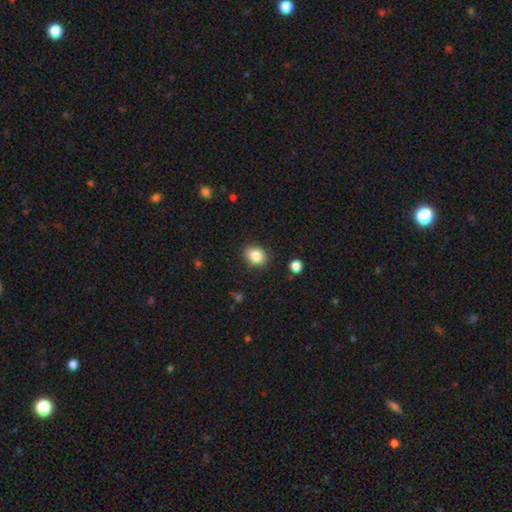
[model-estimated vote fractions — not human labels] A smooth galaxy with no disk features (85%) that is round (51%). Merging: none (87%).